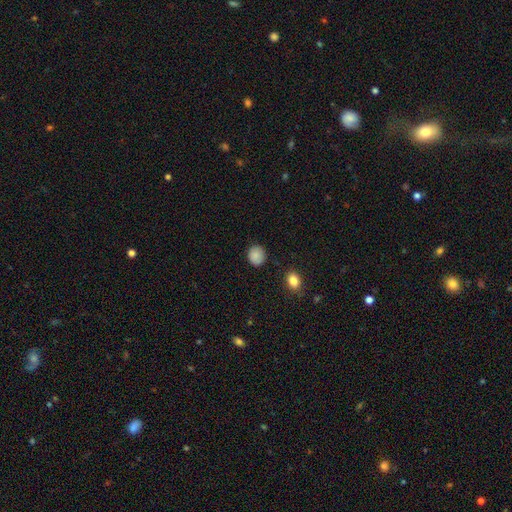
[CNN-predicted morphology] This appears to be a smooth galaxy with no disk features (87%) that is round (79%). Merging: none (87%).